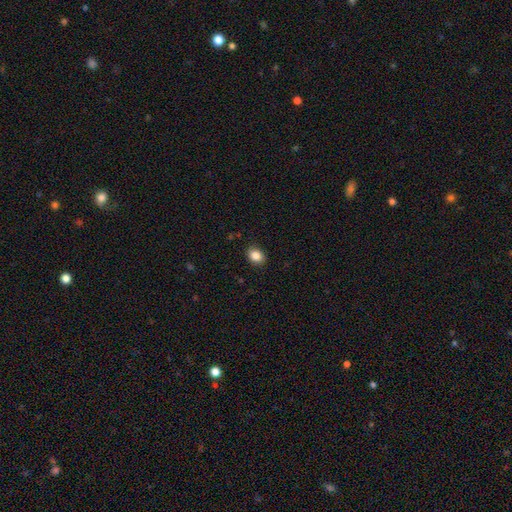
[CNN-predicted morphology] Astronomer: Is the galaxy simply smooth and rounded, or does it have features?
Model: smooth — 87%.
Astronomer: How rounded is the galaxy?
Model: in between — 55% (runner-up: round, 44%).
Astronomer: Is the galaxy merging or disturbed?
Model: none — 89%.